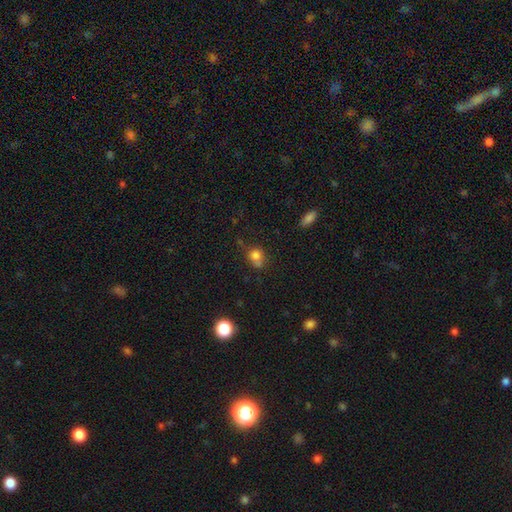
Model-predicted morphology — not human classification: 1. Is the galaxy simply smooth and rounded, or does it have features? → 77% smooth, 13% star or artifact, 10% featured or disk.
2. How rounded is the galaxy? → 77% round, 22% in between, 1% cigar-shaped.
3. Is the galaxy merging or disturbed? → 47% none, 32% merger, 15% minor disturbance, 6% major disturbance.